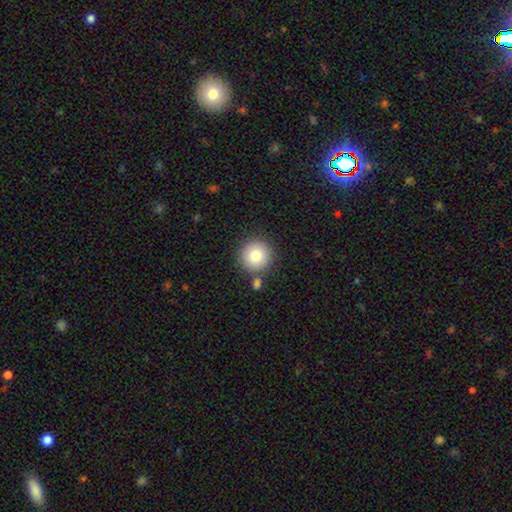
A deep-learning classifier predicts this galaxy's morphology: The model was most divided on "merging": none: 79%, merger: 10%, minor disturbance: 8%, major disturbance: 3%. More confident: how rounded — round (95%); smooth or featured — smooth (82%).